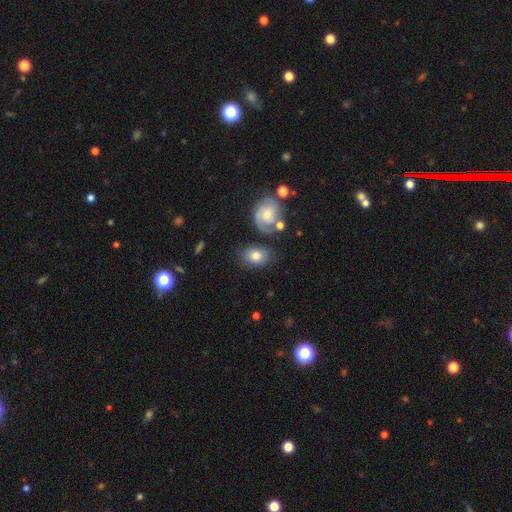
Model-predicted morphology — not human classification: smooth 65%, featured or disk 26%, star or artifact 9%. Down the decision tree: how rounded — in between (69%); merging — none (65%).